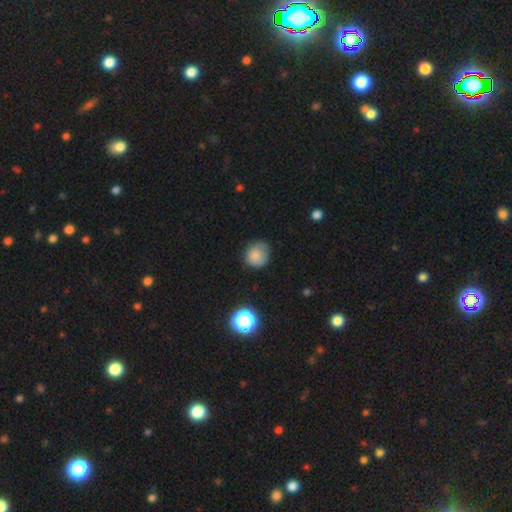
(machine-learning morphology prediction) Smooth or featured? smooth (80%)
How rounded? round (85%)
Merging? none (67%)